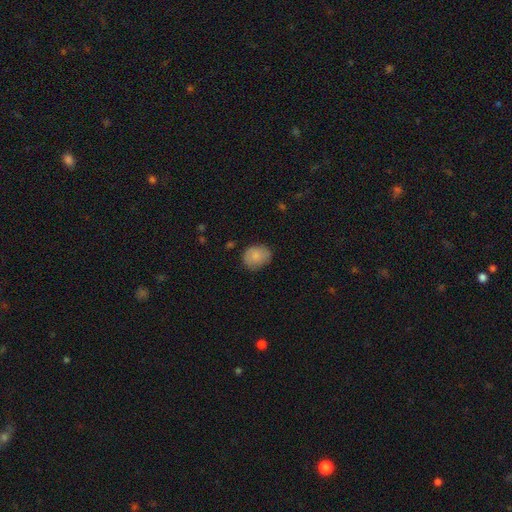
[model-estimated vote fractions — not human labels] A smooth galaxy with no disk features (81%) that is round (57%).

Vote fractions:
- Smooth or featured? smooth: 81% / featured or disk: 11% / star or artifact: 7%
- How rounded? round: 57% / in between: 42% / cigar-shaped: 1%
- Merging? none: 70% / minor disturbance: 24% / major disturbance: 5% / merger: 1%